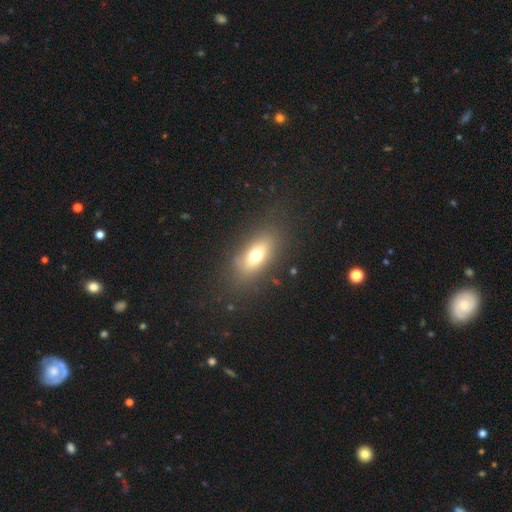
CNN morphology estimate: A smooth galaxy with no disk features (67%) that is in between round and cigar-shaped (78%).

Vote fractions:
- Smooth or featured? smooth: 67% / featured or disk: 22% / star or artifact: 11%
- How rounded? in between: 78% / cigar-shaped: 13% / round: 9%
- Merging? none: 81% / minor disturbance: 12% / major disturbance: 6% / merger: 1%